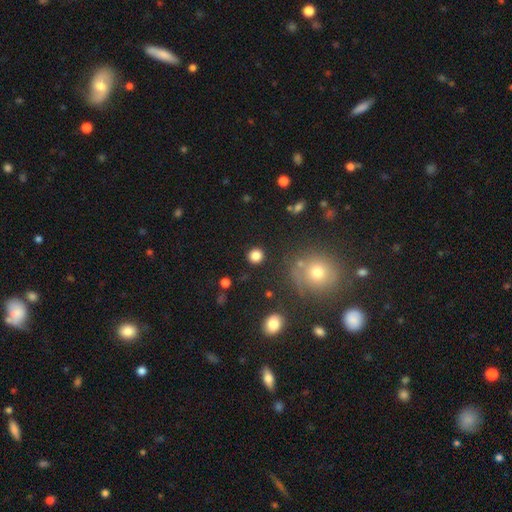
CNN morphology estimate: Smooth or featured: smooth — 83% (star or artifact — 12%)
How rounded: round — 91% (in between — 8%)
Merging: none — 89% (minor disturbance — 6%)